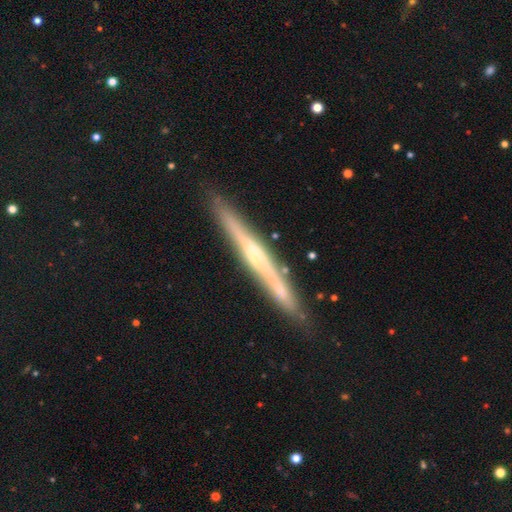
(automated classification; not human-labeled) Smooth or featured? Predicted: featured or disk (p=0.71). Edge-on disk? Predicted: yes (p=0.96). Edge-on bulge? Predicted: rounded (p=0.49). Merging? Predicted: none (p=0.86).